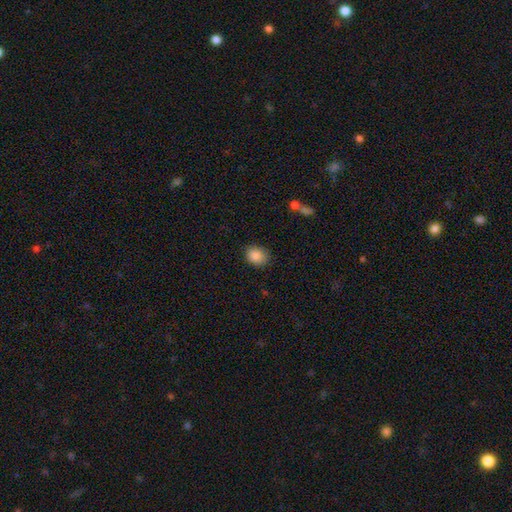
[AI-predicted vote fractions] smooth 88%, star or artifact 8%, featured or disk 4%. Down the decision tree: how rounded — in between (53%); merging — none (82%).